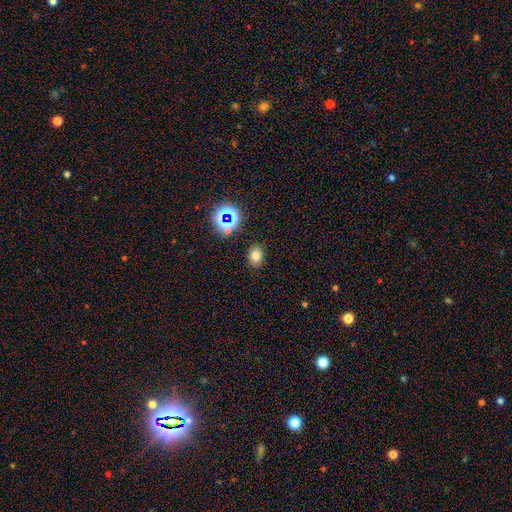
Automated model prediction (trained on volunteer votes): This is likely a smooth galaxy (71%). How rounded: possibly in between (57%). Merging: clearly none (85%).